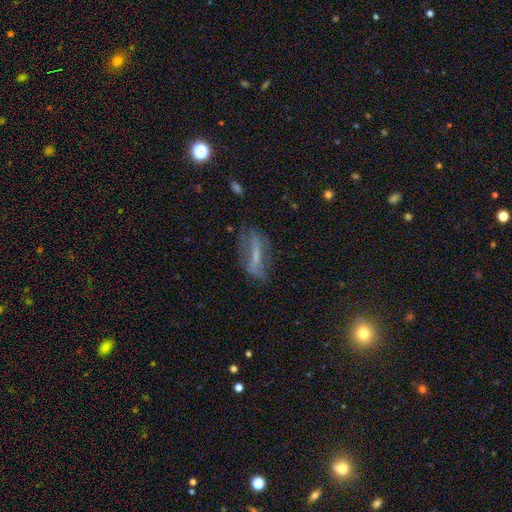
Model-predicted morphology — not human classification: smooth-or-featured: featured or disk: 52% | smooth: 34% | star or artifact: 13%
  disk-edge-on: no: 72% | yes: 28%
  merging: none: 58% | minor disturbance: 22% | major disturbance: 17% | merger: 3%